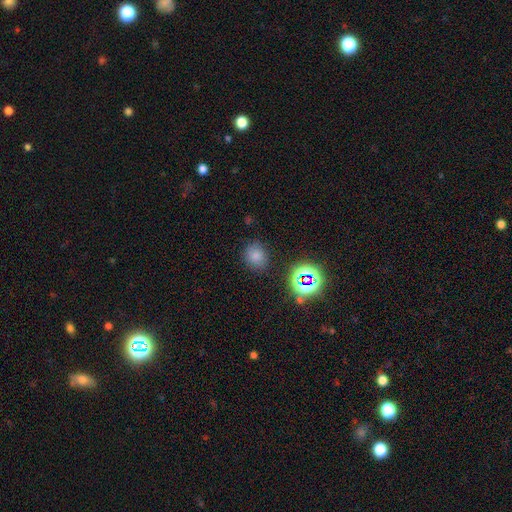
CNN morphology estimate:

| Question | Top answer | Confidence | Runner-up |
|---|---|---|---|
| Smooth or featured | smooth | 73% | star or artifact (20%) |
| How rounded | round | 71% | in between (28%) |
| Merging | none | 82% | minor disturbance (11%) |